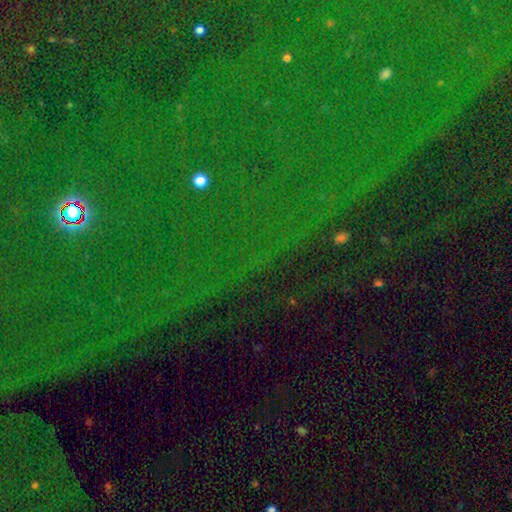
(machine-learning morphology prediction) Smooth or featured? star or artifact (85%)